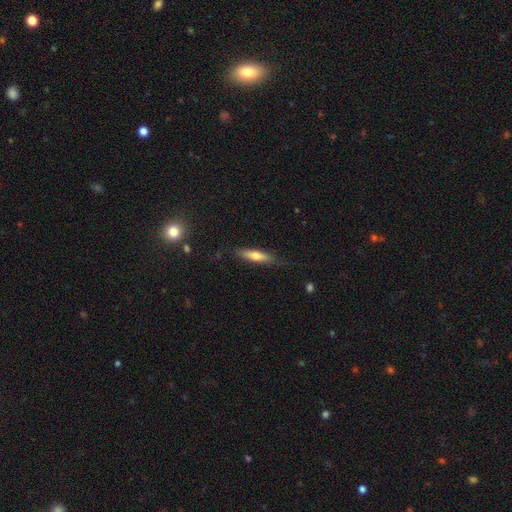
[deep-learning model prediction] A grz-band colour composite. It shows a smooth galaxy with no disk features (61%) that is cigar-shaped (75%). Merging: none (78%).